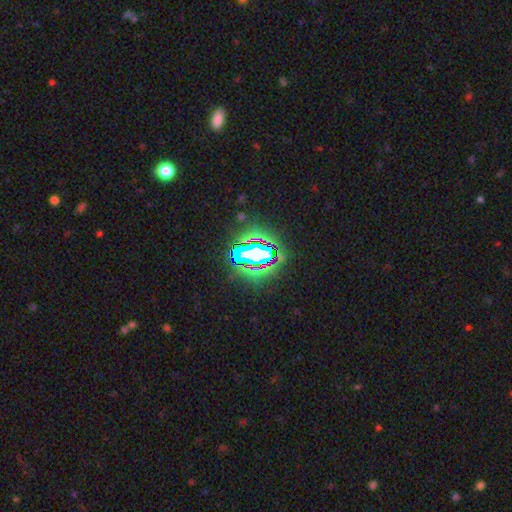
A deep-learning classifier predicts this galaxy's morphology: Smooth or featured? Predicted: star or artifact (p=0.70).